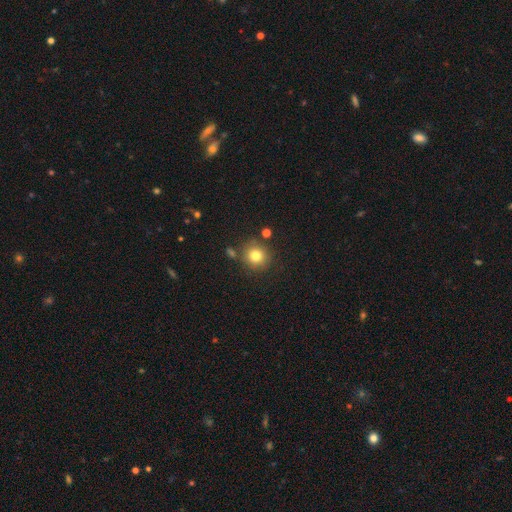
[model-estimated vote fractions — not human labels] Smooth or featured: smooth — 79% (star or artifact — 12%)
How rounded: round — 91% (in between — 8%)
Merging: none — 81% (minor disturbance — 9%)